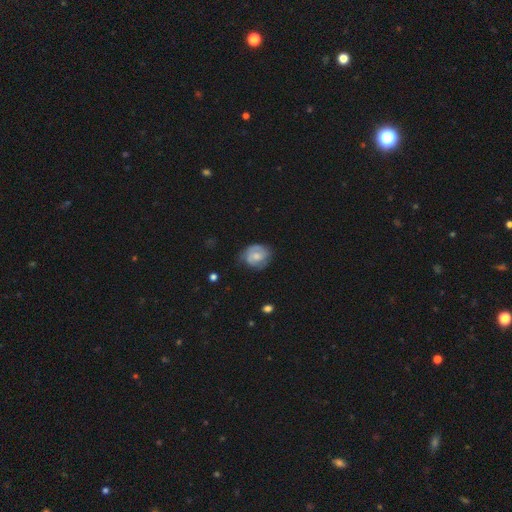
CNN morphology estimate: A smooth galaxy with no disk features (49%). Merging: none (59%).